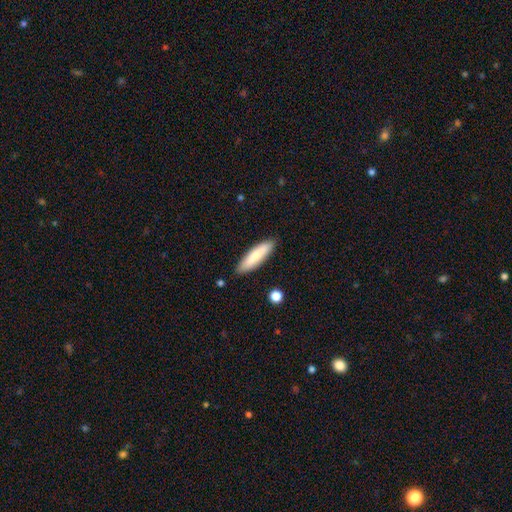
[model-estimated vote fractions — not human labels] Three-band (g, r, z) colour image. It shows a smooth galaxy with no disk features (77%) that is cigar-shaped (67%). Merging: none (87%).